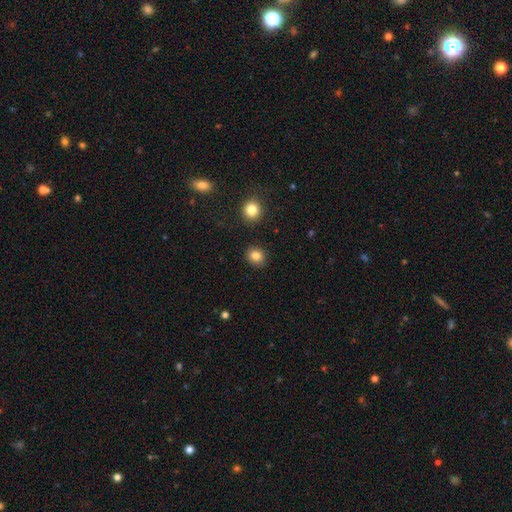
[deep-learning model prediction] The model was most divided on "how rounded": round: 73%, in between: 27%, cigar-shaped: 1%. More confident: merging — none (88%); smooth or featured — smooth (84%).